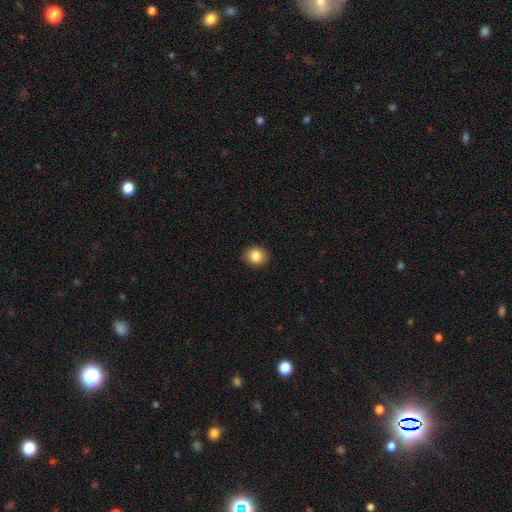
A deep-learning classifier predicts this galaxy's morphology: Smooth or featured? Predicted: smooth (p=0.85). How rounded? Predicted: round (p=0.66). Merging? Predicted: none (p=0.89).